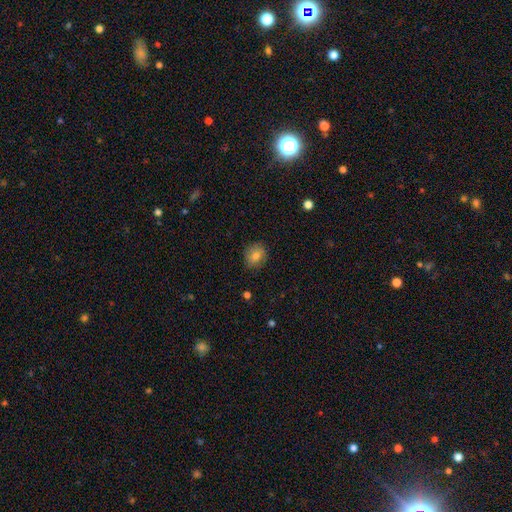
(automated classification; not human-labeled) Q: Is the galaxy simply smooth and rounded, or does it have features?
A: smooth — 79%.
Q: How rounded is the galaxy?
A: round — 62%.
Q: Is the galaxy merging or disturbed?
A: none — 83%.